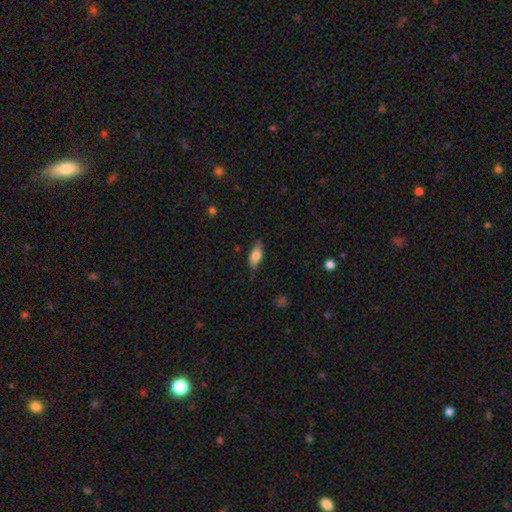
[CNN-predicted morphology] A smooth galaxy with no disk features (77%) that is in between round and cigar-shaped (81%). Merging: none (77%).